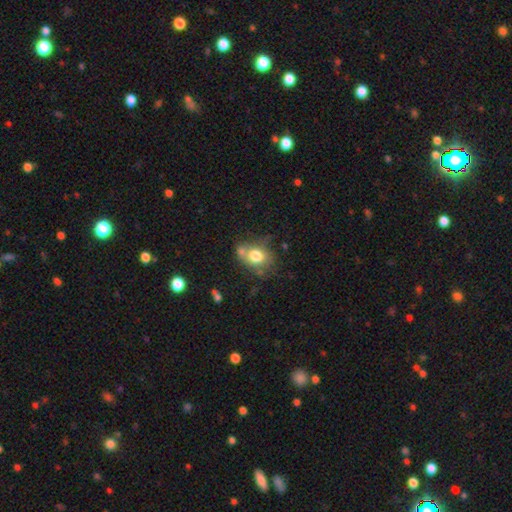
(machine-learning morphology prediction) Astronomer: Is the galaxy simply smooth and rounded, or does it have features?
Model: smooth — 73%.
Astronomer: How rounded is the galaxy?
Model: round — 52% (runner-up: in between, 47%).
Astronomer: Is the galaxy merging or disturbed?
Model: none — 49%.